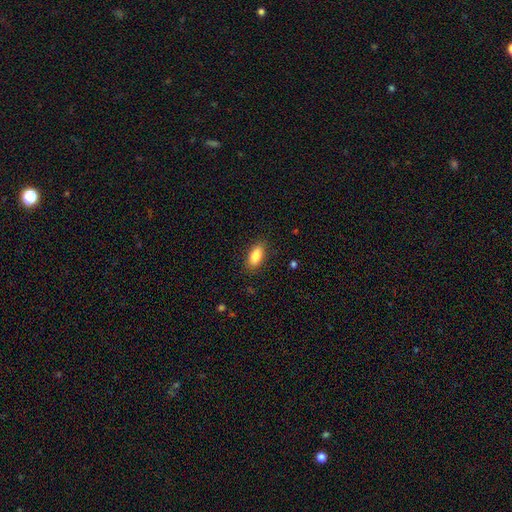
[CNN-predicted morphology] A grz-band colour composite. It shows a smooth galaxy with no disk features (86%) that is in between round and cigar-shaped (87%). Merging: none (86%).